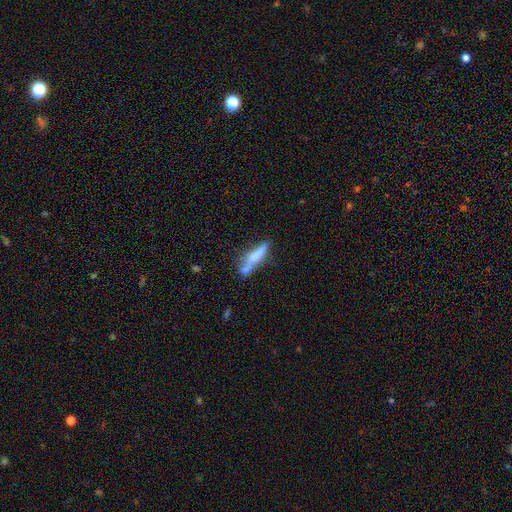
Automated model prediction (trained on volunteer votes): Smooth or featured?
  - smooth: 64% *
  - featured or disk: 27%
  - star or artifact: 9%
How rounded?
  - cigar-shaped: 74% *
  - in between: 23%
  - round: 2%
Merging?
  - none: 40% *
  - merger: 31%
  - minor disturbance: 18%
  - major disturbance: 10%